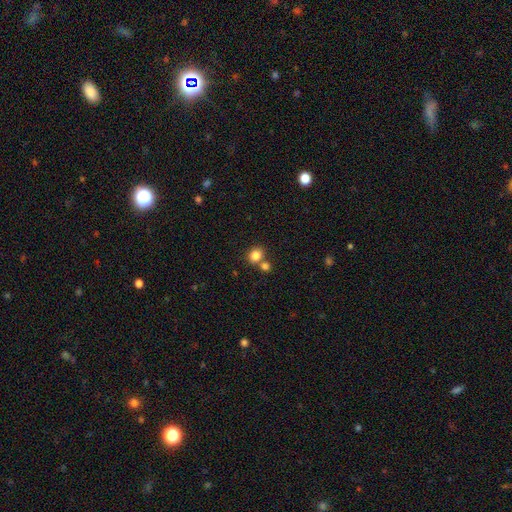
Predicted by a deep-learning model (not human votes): smooth 83%, star or artifact 11%, featured or disk 6%. Down the decision tree: how rounded — round (71%); merging — none (61%).